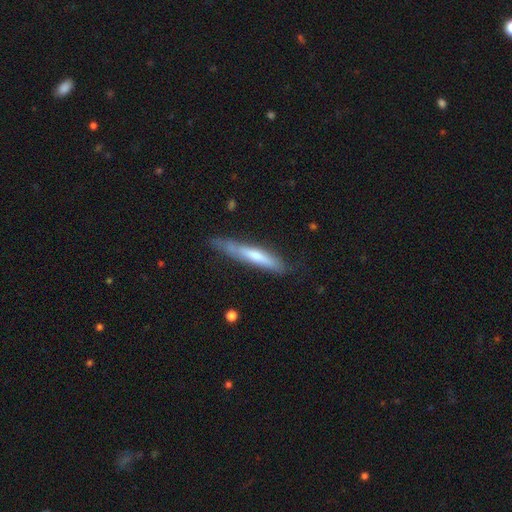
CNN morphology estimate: This is possibly a featured or disk galaxy (50%). Merging: likely none (75%).